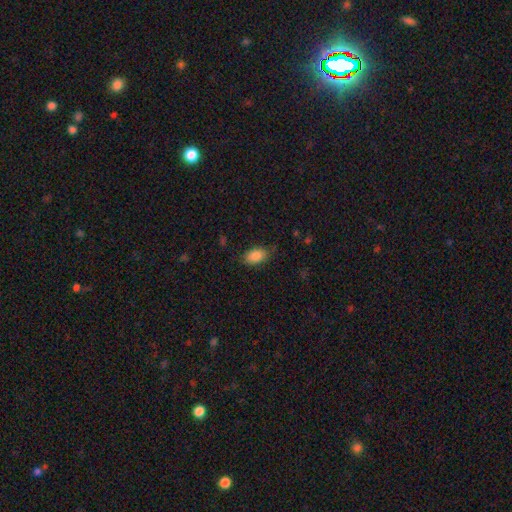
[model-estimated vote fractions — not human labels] Morphology: type=smooth (87%); roundness=in between (91%); merging=none (80%).